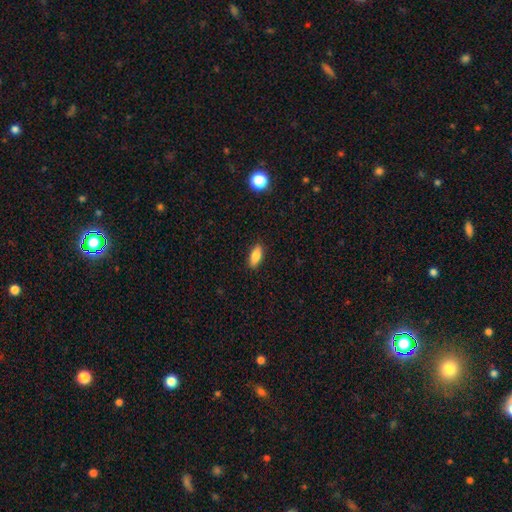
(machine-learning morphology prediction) Smooth or featured?
  - smooth: 82% *
  - featured or disk: 10%
  - star or artifact: 7%
How rounded?
  - in between: 79% *
  - cigar-shaped: 19%
  - round: 3%
Merging?
  - none: 89% *
  - minor disturbance: 8%
  - major disturbance: 2%
  - merger: 1%